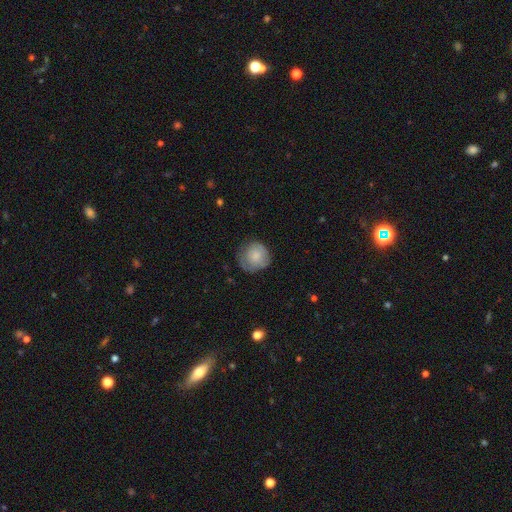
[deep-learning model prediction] This is likely a smooth galaxy (72%). How rounded: clearly round (89%). Merging: likely none (64%).